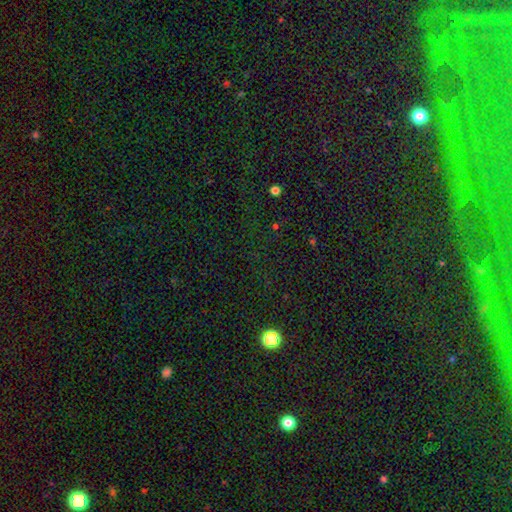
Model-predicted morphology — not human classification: Smooth or featured? star or artifact (74%)